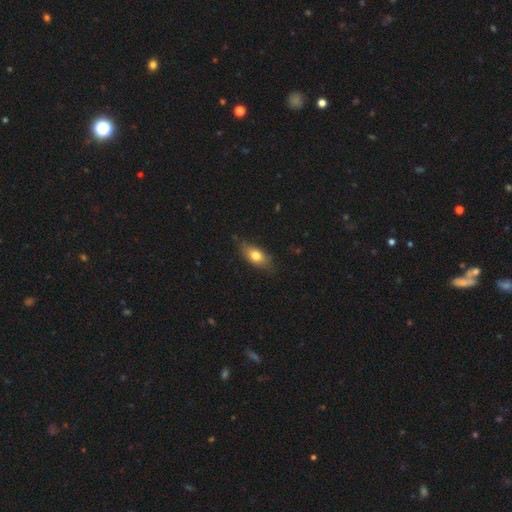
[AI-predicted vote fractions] This appears to be a smooth galaxy with no disk features (75%) that is in between round and cigar-shaped (83%). Merging: none (75%).